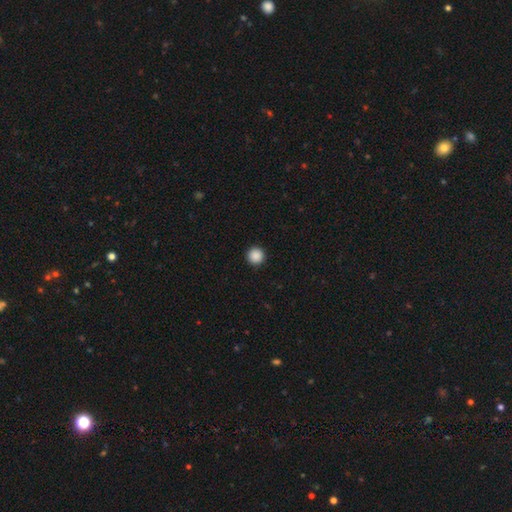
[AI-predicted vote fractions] Q: Smooth or featured?
A: smooth (88%); runner-up: star or artifact (9%)
Q: How rounded?
A: round (97%); runner-up: in between (2%)
Q: Merging?
A: none (94%); runner-up: minor disturbance (4%)